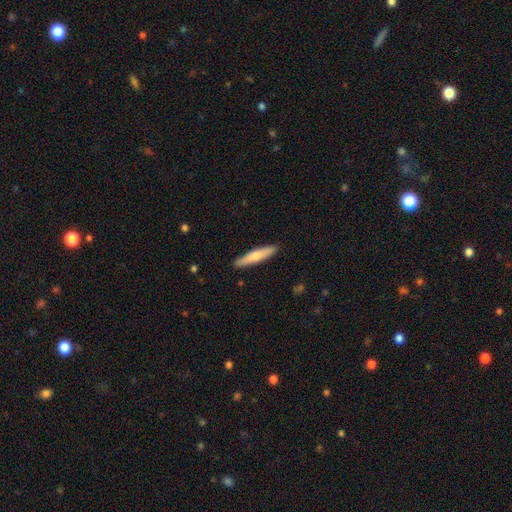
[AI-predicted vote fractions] The model was most divided on "smooth or featured": smooth: 68%, featured or disk: 27%, star or artifact: 5%. More confident: merging — none (90%); how rounded — cigar-shaped (88%).